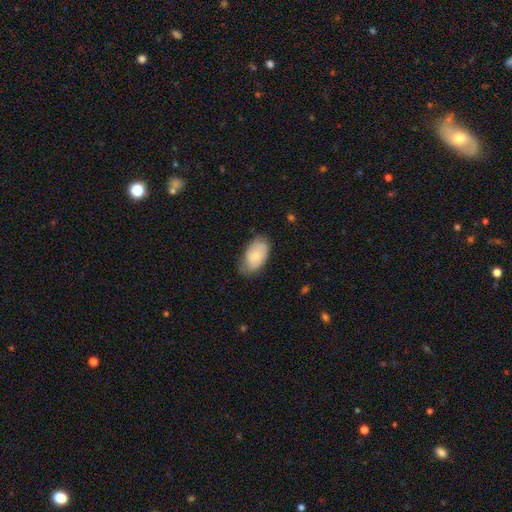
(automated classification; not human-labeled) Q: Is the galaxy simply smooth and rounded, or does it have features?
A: smooth — 73%.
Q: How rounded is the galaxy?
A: in between — 94%.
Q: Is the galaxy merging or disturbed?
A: none — 65%.